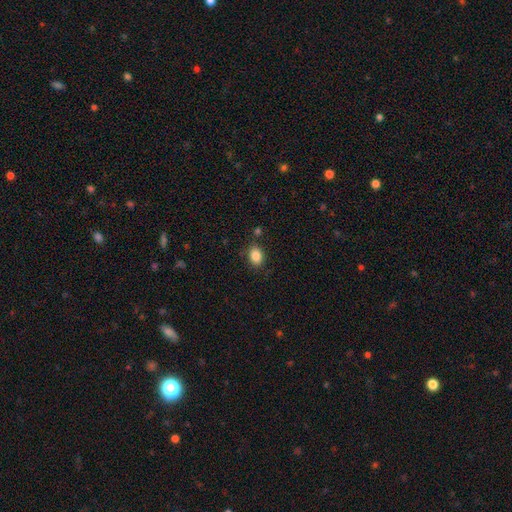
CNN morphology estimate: The model was most divided on "how rounded": in between: 73%, round: 26%, cigar-shaped: 1%. More confident: smooth or featured — smooth (87%); merging — none (83%).